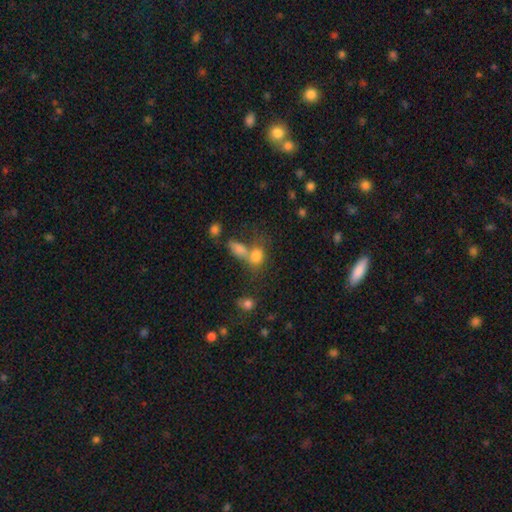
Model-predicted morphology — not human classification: Q: Smooth or featured?
A: smooth (77%); runner-up: star or artifact (13%)
Q: How rounded?
A: in between (54%); runner-up: round (43%)
Q: Merging?
A: merger (47%); runner-up: none (35%)